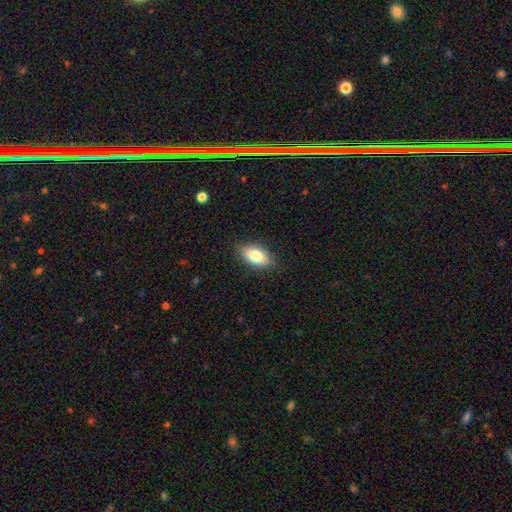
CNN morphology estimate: A smooth galaxy with no disk features (80%) that is in between round and cigar-shaped (87%). Merging: none (85%).